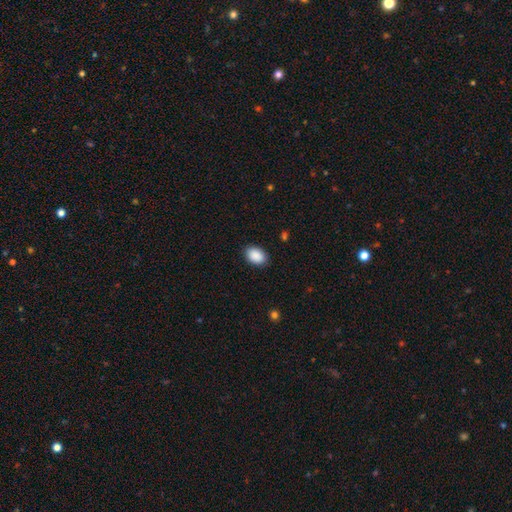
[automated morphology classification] Smooth or featured? Predicted: smooth (p=0.91). How rounded? Predicted: in between (p=0.86). Merging? Predicted: none (p=0.88).